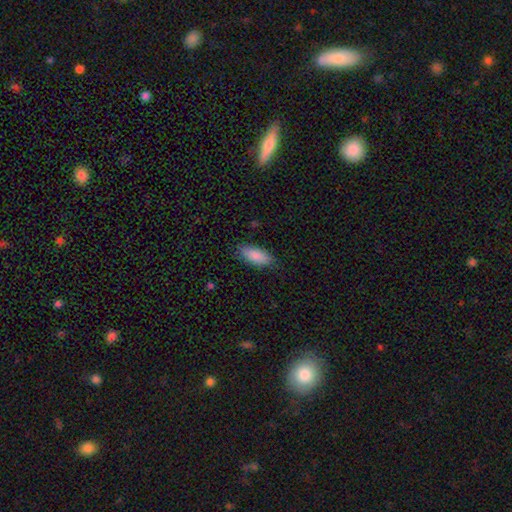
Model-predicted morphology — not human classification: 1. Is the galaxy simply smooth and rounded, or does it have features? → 85% smooth, 9% featured or disk, 6% star or artifact.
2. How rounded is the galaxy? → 80% in between, 18% cigar-shaped, 2% round.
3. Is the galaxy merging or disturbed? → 82% none, 14% minor disturbance, 3% major disturbance, 1% merger.